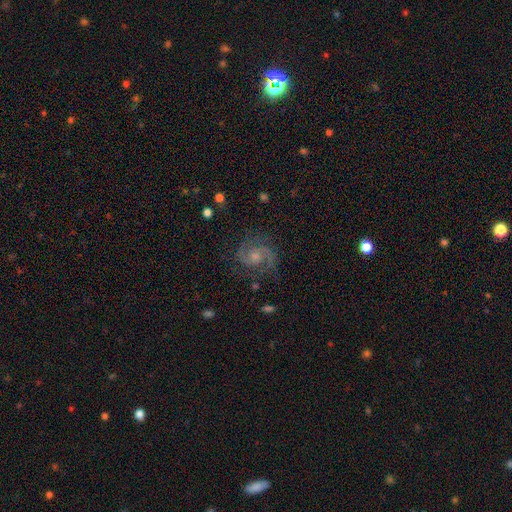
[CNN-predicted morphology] This appears to be a featured or disk galaxy (87%) with no bar (65%), 2 (87%) medium (55%) spiral arms (98%) and a small central bulge (52%). Merging: none (78%).